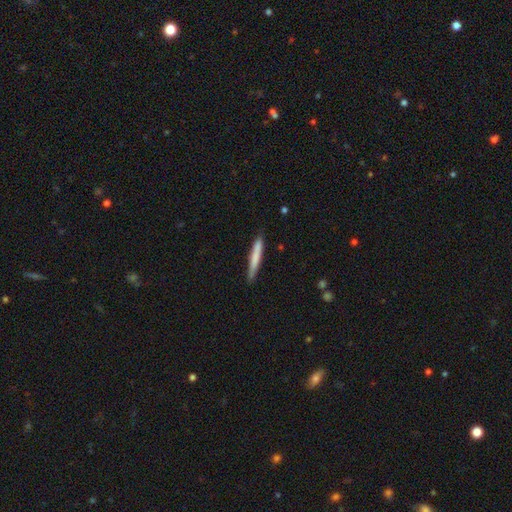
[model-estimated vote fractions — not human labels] smooth 72%, featured or disk 23%, star or artifact 5%. Down the decision tree: how rounded — cigar-shaped (95%); merging — none (85%).